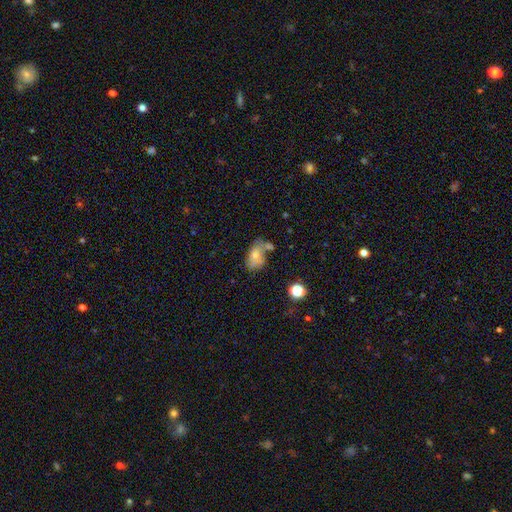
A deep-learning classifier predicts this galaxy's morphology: smooth 68%, featured or disk 22%, star or artifact 10%. Down the decision tree: how rounded — in between (88%); merging — none (41%).